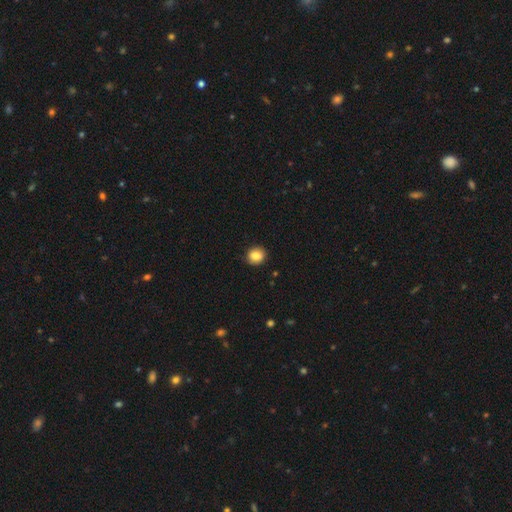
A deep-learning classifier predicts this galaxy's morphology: Smooth or featured? Predicted: smooth (p=0.86). How rounded? Predicted: round (p=0.77). Merging? Predicted: none (p=0.89).